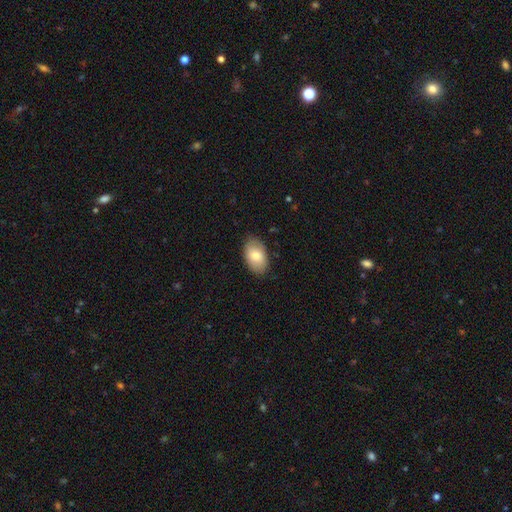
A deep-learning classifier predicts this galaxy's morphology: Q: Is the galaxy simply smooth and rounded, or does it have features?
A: smooth — 79%.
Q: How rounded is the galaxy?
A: in between — 92%.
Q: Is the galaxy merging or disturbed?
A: none — 83%.